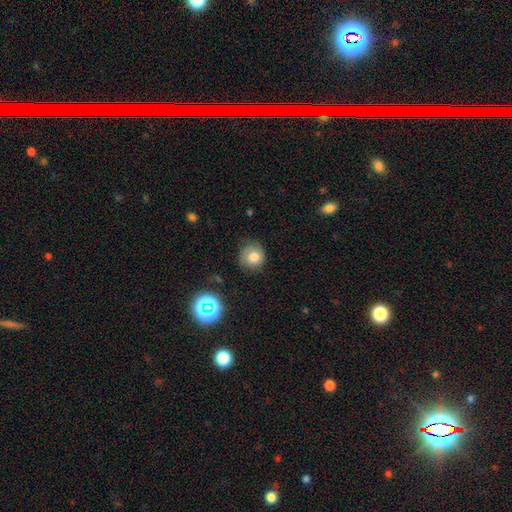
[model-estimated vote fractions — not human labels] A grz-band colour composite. It shows a smooth galaxy with no disk features (67%) that is round (90%). Merging: none (85%).